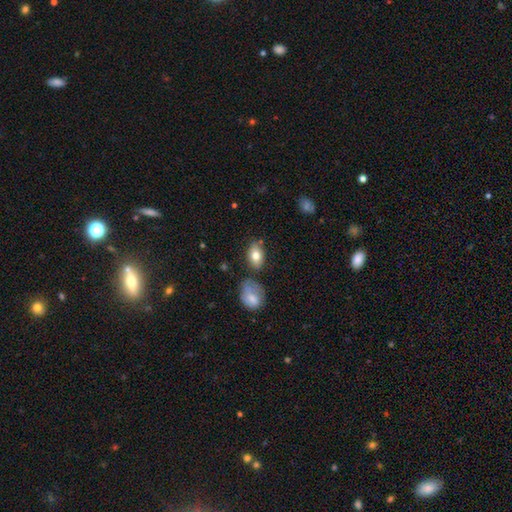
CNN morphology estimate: Smooth or featured: smooth — 77% (featured or disk — 16%)
How rounded: in between — 86% (round — 11%)
Merging: none — 69% (minor disturbance — 19%)